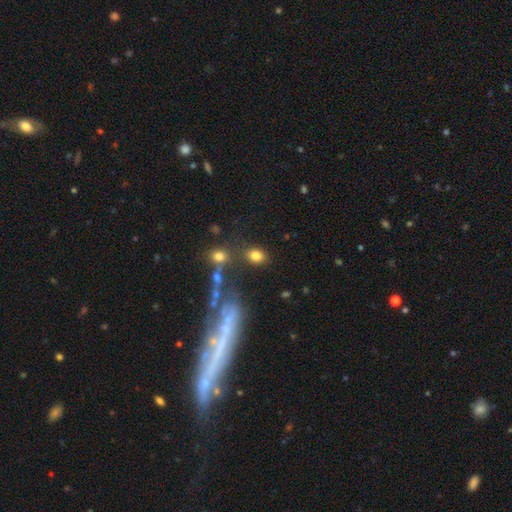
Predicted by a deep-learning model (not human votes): Q: Smooth or featured?
A: smooth (80%); runner-up: star or artifact (12%)
Q: How rounded?
A: in between (65%); runner-up: round (33%)
Q: Merging?
A: none (73%); runner-up: minor disturbance (13%)